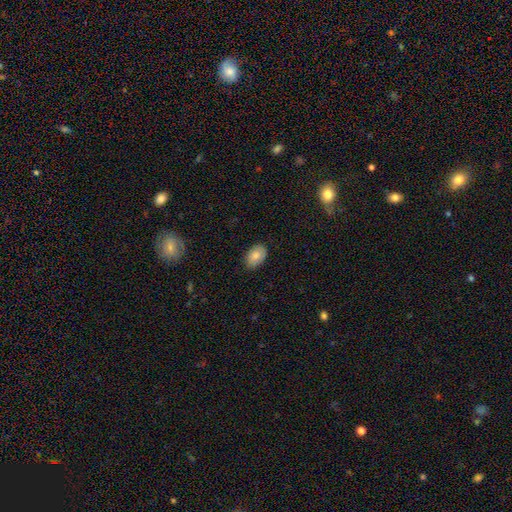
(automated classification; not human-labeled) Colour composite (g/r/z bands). It shows a smooth galaxy with no disk features (83%) that is in between round and cigar-shaped (88%). Merging: none (83%).